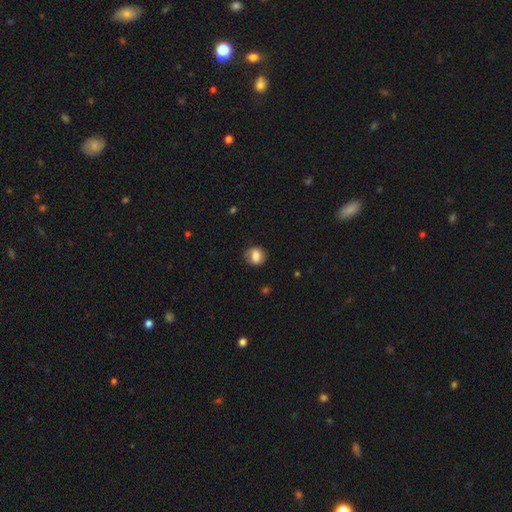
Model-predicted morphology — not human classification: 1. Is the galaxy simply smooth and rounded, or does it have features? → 69% smooth, 22% featured or disk, 9% star or artifact.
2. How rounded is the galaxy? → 61% round, 38% in between, 1% cigar-shaped.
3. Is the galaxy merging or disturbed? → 75% none, 18% minor disturbance, 6% major disturbance, 2% merger.